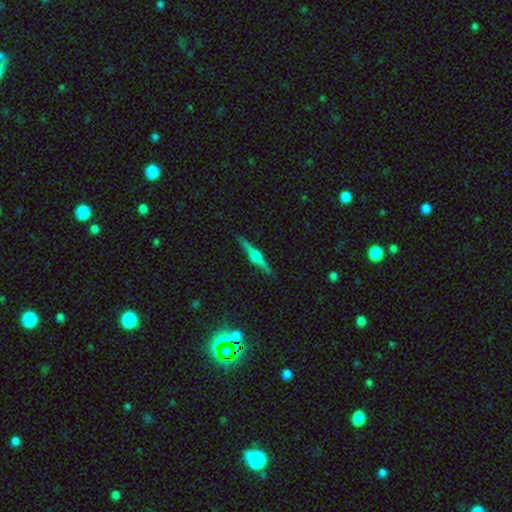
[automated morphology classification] Q: Smooth or featured?
A: featured or disk (75%); runner-up: smooth (18%)
Q: Edge-on disk?
A: yes (98%); runner-up: no (2%)
Q: Edge-on bulge?
A: rounded (90%); runner-up: boxy (7%)
Q: Merging?
A: none (90%); runner-up: minor disturbance (7%)